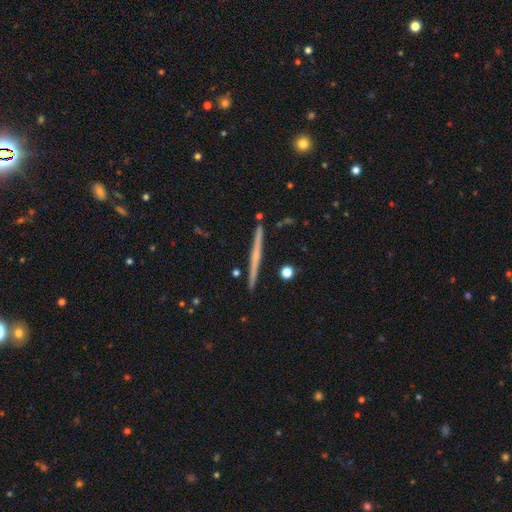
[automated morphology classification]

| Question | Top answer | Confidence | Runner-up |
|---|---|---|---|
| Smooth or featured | featured or disk | 65% | smooth (29%) |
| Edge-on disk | yes | 98% | no (2%) |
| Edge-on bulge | none | 72% | rounded (23%) |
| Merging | none | 92% | minor disturbance (6%) |